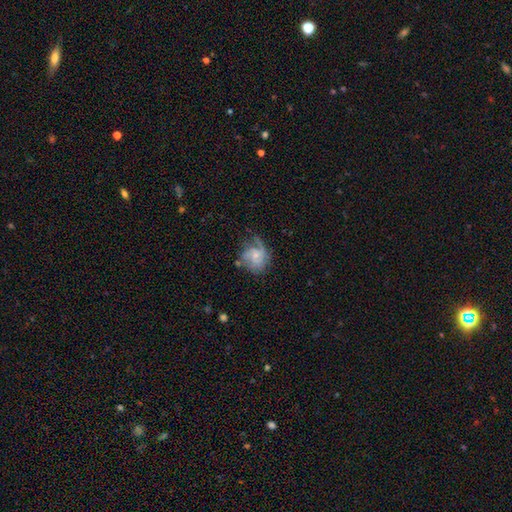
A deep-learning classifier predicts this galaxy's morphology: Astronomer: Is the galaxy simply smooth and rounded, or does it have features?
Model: featured or disk — 63%.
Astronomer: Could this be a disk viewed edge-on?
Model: no — 98%.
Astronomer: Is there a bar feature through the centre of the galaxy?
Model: no — 61%.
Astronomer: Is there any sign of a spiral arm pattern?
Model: yes — 84%.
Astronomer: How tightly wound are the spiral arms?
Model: medium — 42% (runner-up: tight, 30%).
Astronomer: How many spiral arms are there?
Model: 2 — 36% (runner-up: can't tell, 24%).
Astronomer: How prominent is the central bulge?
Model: small — 59%.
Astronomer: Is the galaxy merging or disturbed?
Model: none — 43% (runner-up: minor disturbance, 29%).